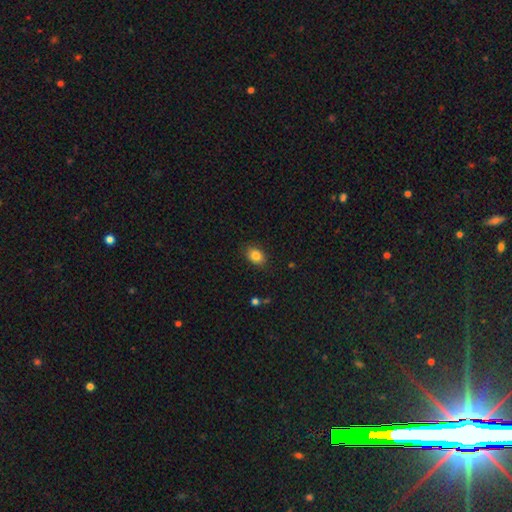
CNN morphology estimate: The model was most divided on "how rounded": in between: 68%, round: 31%, cigar-shaped: 1%. More confident: merging — none (86%); smooth or featured — smooth (84%).